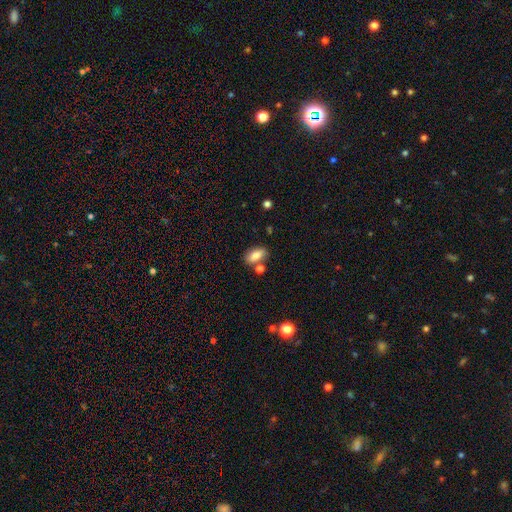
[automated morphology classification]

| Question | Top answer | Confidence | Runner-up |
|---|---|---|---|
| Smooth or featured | smooth | 81% | featured or disk (12%) |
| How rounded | in between | 89% | round (6%) |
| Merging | none | 71% | merger (14%) |